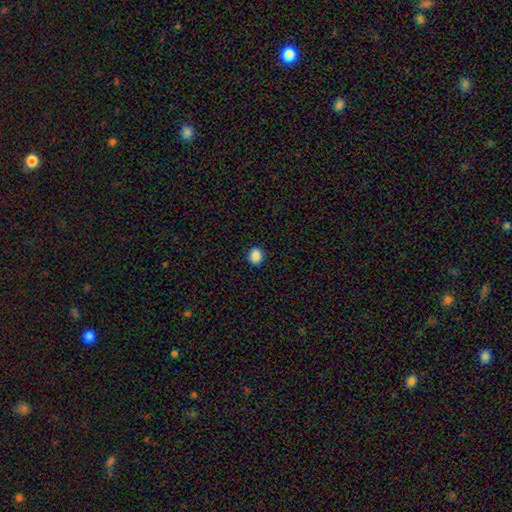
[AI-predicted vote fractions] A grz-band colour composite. It shows a smooth galaxy with no disk features (88%) that is round (72%). Merging: none (91%).